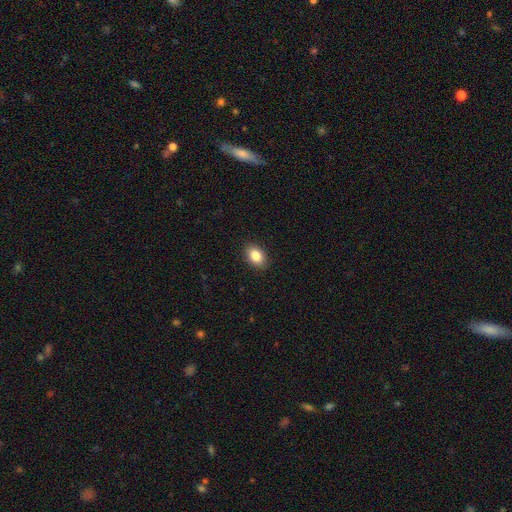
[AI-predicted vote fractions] Q: Smooth or featured?
A: smooth (85%); runner-up: star or artifact (9%)
Q: How rounded?
A: in between (77%); runner-up: round (22%)
Q: Merging?
A: none (90%); runner-up: minor disturbance (8%)